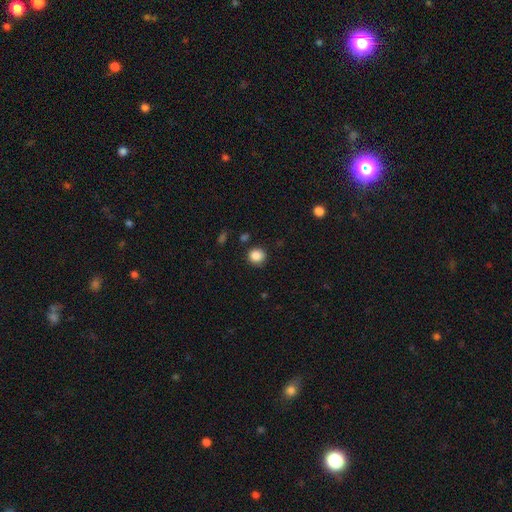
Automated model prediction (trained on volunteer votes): Q: Smooth or featured?
A: smooth (87%); runner-up: star or artifact (10%)
Q: How rounded?
A: round (89%); runner-up: in between (10%)
Q: Merging?
A: none (85%); runner-up: minor disturbance (10%)